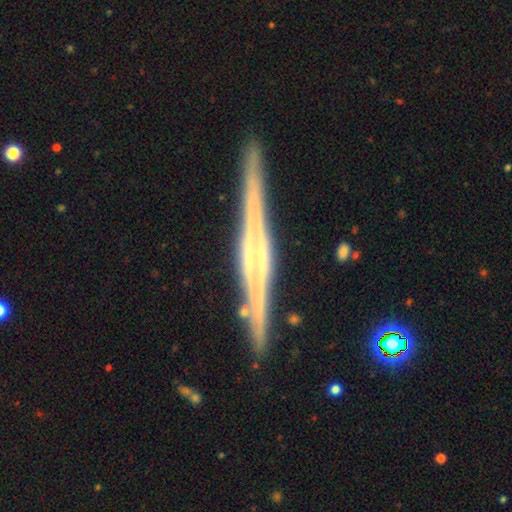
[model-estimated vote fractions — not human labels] featured or disk 86%, smooth 8%, star or artifact 6%. Down the decision tree: edge-on disk — yes (98%); edge-on bulge — boxy (48%); merging — none (89%).